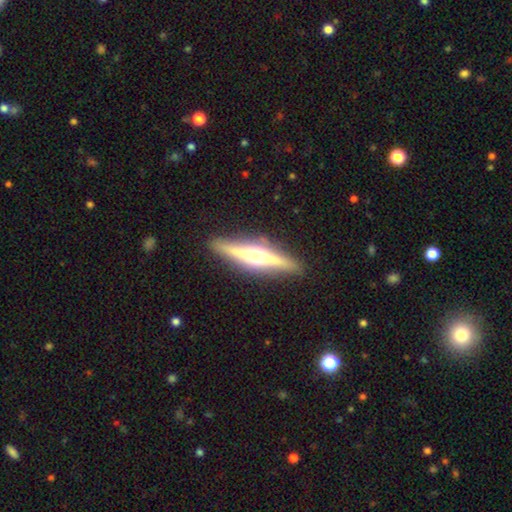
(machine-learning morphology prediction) Smooth or featured?
  - featured or disk: 73% *
  - smooth: 22%
  - star or artifact: 5%
Edge-on disk?
  - yes: 97% *
  - no: 3%
Edge-on bulge?
  - rounded: 92% *
  - boxy: 5%
  - none: 3%
Merging?
  - none: 90% *
  - minor disturbance: 8%
  - major disturbance: 2%
  - merger: 1%